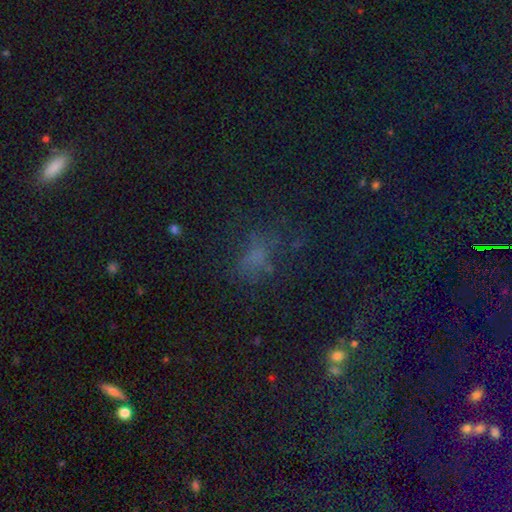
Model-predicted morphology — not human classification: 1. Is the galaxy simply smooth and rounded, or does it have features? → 48% smooth, 36% star or artifact, 16% featured or disk.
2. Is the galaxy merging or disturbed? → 55% none, 20% major disturbance, 20% minor disturbance, 5% merger.